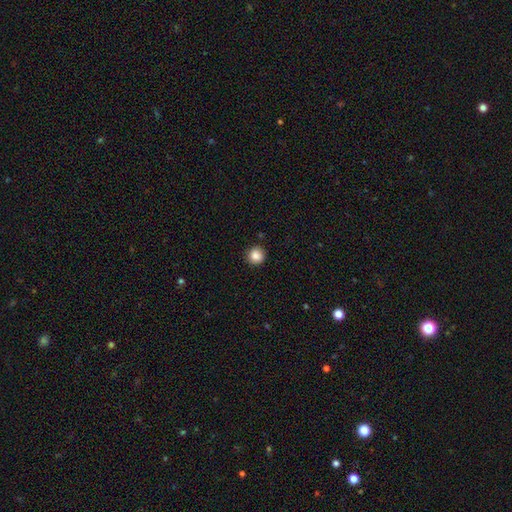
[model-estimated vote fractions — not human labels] This is clearly a smooth galaxy (87%). How rounded: clearly round (94%). Merging: clearly none (91%).